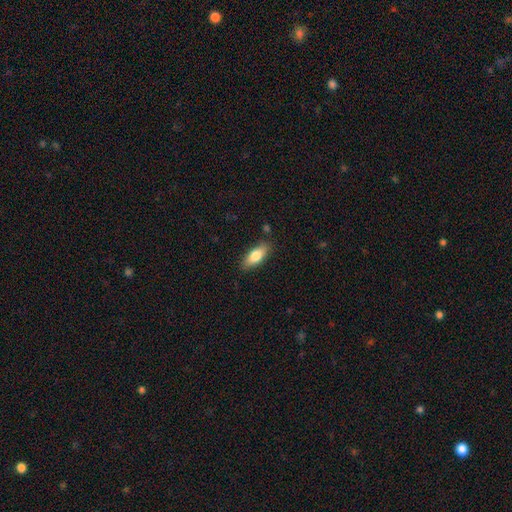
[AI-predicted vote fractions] Morphology: type=smooth (77%); roundness=in between (77%); merging=none (83%).